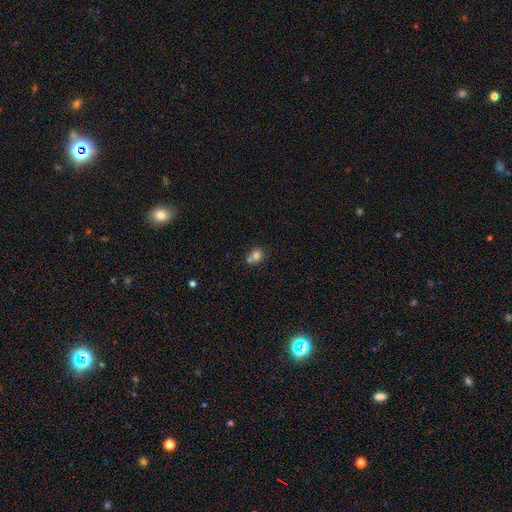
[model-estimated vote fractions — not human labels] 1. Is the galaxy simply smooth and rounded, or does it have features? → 77% smooth, 12% featured or disk, 12% star or artifact.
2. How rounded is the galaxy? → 71% round, 28% in between, 1% cigar-shaped.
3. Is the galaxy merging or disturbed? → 45% none, 36% merger, 14% minor disturbance, 5% major disturbance.